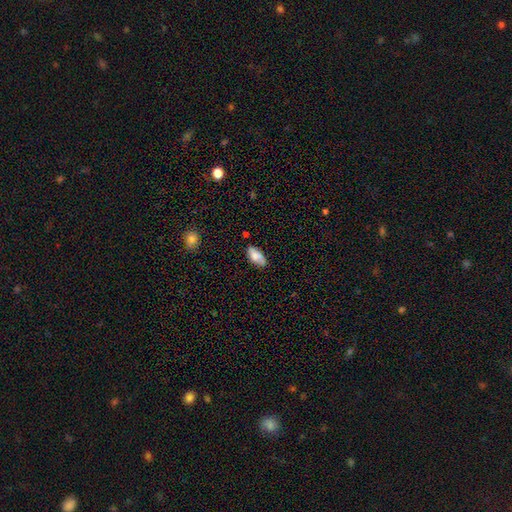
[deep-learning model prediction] Smooth or featured: smooth — 75% (featured or disk — 18%)
How rounded: in between — 90% (cigar-shaped — 7%)
Merging: none — 66% (minor disturbance — 25%)